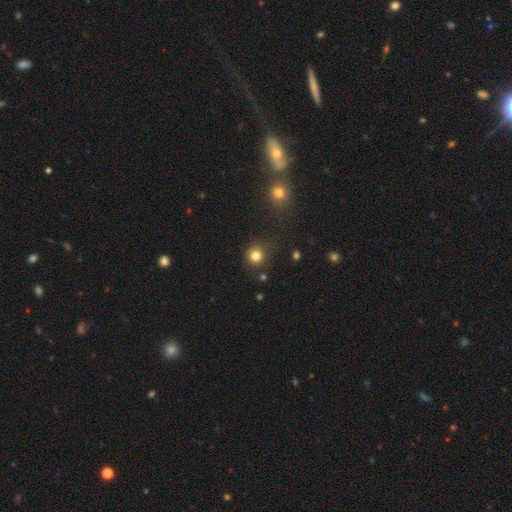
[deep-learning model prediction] Q: Smooth or featured?
A: smooth (81%); runner-up: star or artifact (14%)
Q: How rounded?
A: round (90%); runner-up: in between (9%)
Q: Merging?
A: none (81%); runner-up: minor disturbance (11%)